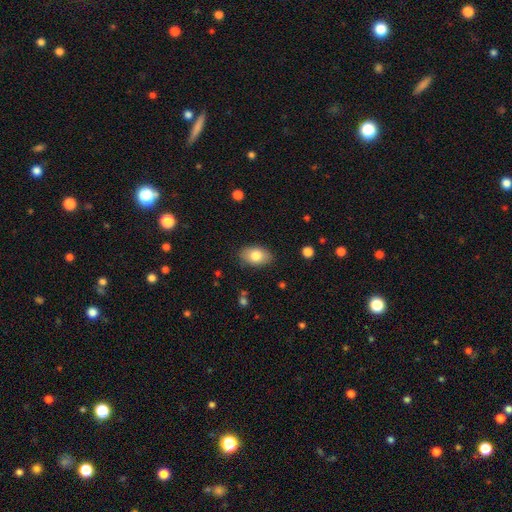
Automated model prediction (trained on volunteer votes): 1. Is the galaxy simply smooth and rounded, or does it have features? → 80% smooth, 13% featured or disk, 7% star or artifact.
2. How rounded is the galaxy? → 88% in between, 11% round, 1% cigar-shaped.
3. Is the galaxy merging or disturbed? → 85% none, 11% minor disturbance, 3% major disturbance, 1% merger.